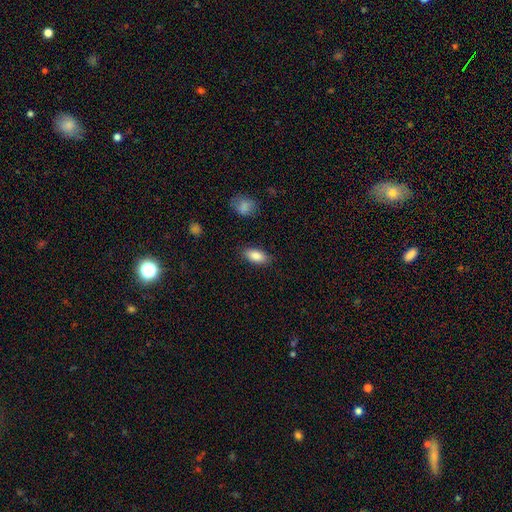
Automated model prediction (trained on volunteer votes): Q: Smooth or featured?
A: smooth (86%); runner-up: star or artifact (7%)
Q: How rounded?
A: in between (89%); runner-up: cigar-shaped (7%)
Q: Merging?
A: none (86%); runner-up: minor disturbance (10%)